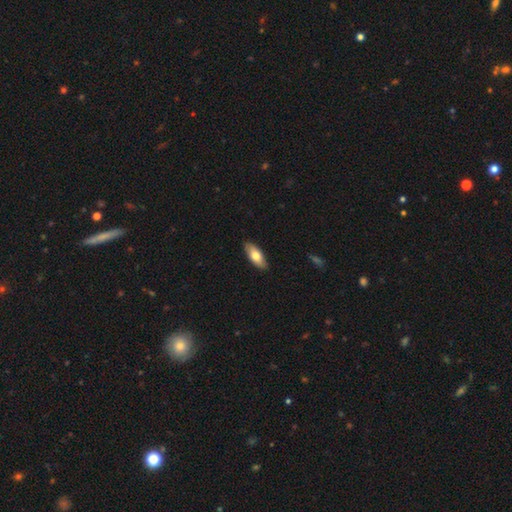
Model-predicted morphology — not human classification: smooth 69%, featured or disk 26%, star or artifact 5%. Down the decision tree: how rounded — in between (82%); merging — none (87%).